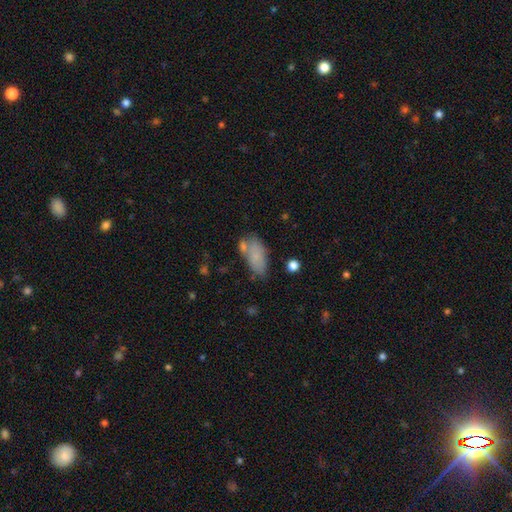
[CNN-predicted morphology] Q: Smooth or featured?
A: smooth (77%); runner-up: featured or disk (14%)
Q: How rounded?
A: in between (90%); runner-up: cigar-shaped (6%)
Q: Merging?
A: none (55%); runner-up: minor disturbance (21%)